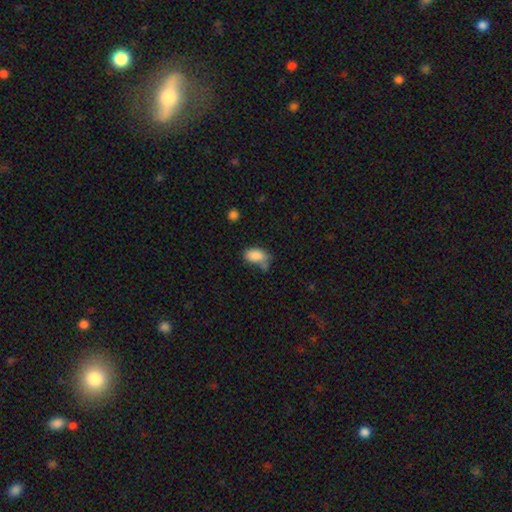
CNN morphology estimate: type=smooth (85%); roundness=in between (91%); merging=none (47%).